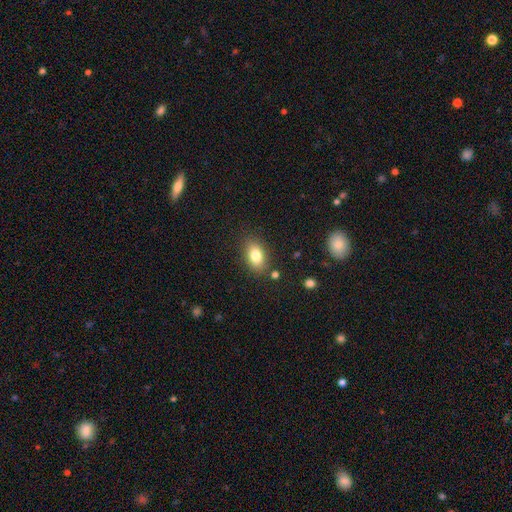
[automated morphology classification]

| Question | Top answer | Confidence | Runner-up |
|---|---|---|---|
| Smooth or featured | smooth | 81% | featured or disk (10%) |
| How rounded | in between | 86% | round (12%) |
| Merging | none | 83% | minor disturbance (11%) |